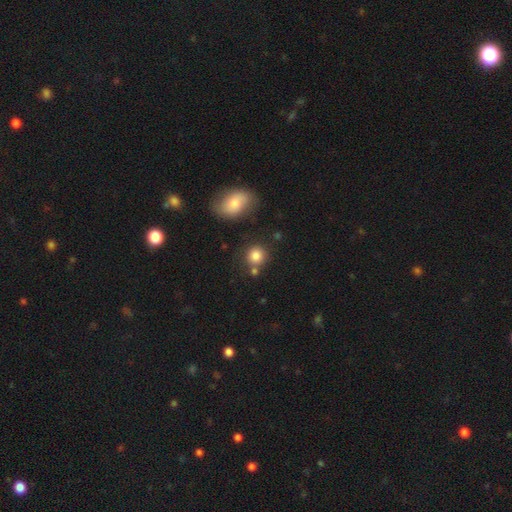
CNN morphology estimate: The model was most divided on "merging": none: 73%, merger: 13%, minor disturbance: 10%, major disturbance: 4%. More confident: how rounded — round (86%); smooth or featured — smooth (84%).